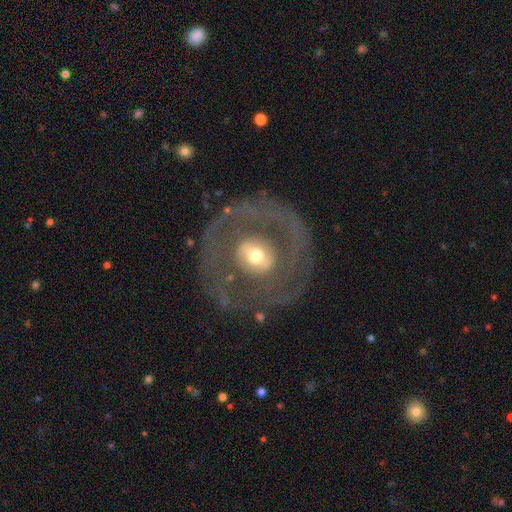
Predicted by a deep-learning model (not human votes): A featured or disk galaxy (69%) with no bar (58%), spiral arms (51%) and a moderate central bulge (57%).

Vote fractions:
- Smooth or featured? featured or disk: 69% / smooth: 24% / star or artifact: 7%
- Edge-on disk? no: 95% / yes: 5%
- Bar? no: 58% / weak: 27% / strong: 15%
- Spiral arms? yes: 51% / no: 49%
- Bulge size? moderate: 57% / small: 22% / large: 16% / dominant: 3% / none: 1%
- Merging? none: 68% / major disturbance: 17% / minor disturbance: 13% / merger: 2%